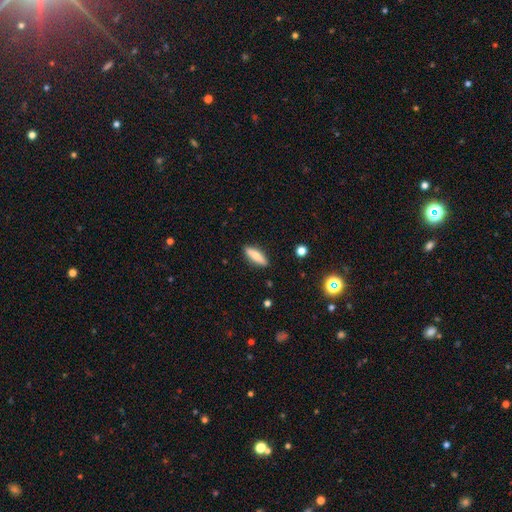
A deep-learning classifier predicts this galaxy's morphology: Smooth or featured: smooth — 70% (featured or disk — 23%)
How rounded: cigar-shaped — 61% (in between — 36%)
Merging: none — 88% (minor disturbance — 9%)